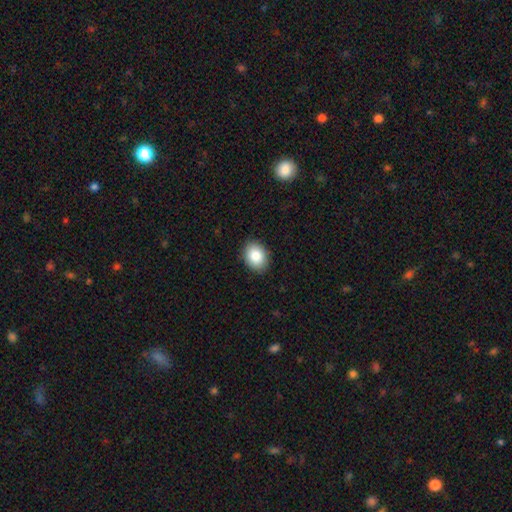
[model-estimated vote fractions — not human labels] smooth 85%, star or artifact 8%, featured or disk 7%. Down the decision tree: how rounded — in between (64%); merging — none (89%).